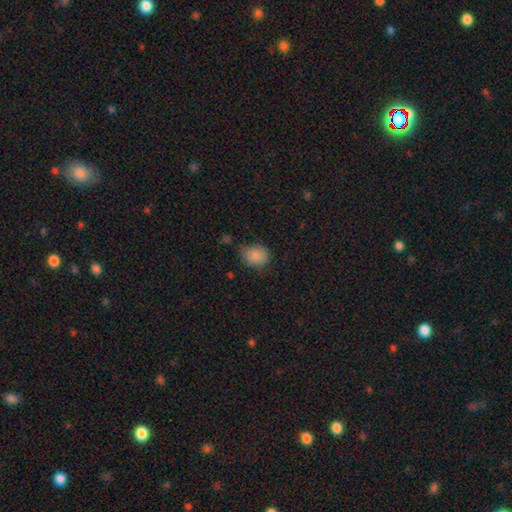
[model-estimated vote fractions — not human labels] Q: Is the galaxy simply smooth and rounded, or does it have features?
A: smooth — 86%.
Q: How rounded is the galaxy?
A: round — 53%.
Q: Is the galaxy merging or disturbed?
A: none — 65%.